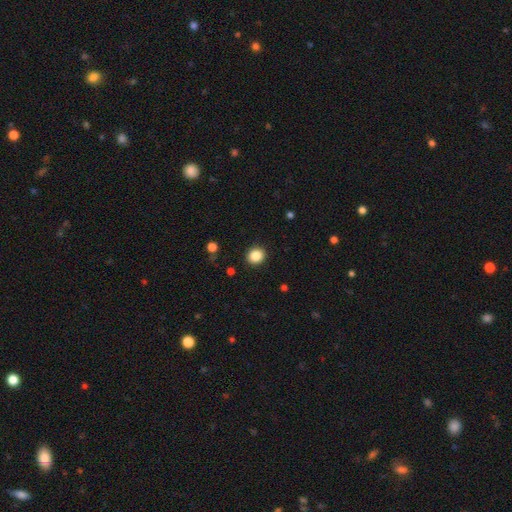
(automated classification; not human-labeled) Q: Smooth or featured?
A: smooth (86%); runner-up: star or artifact (10%)
Q: How rounded?
A: round (83%); runner-up: in between (16%)
Q: Merging?
A: none (91%); runner-up: minor disturbance (6%)